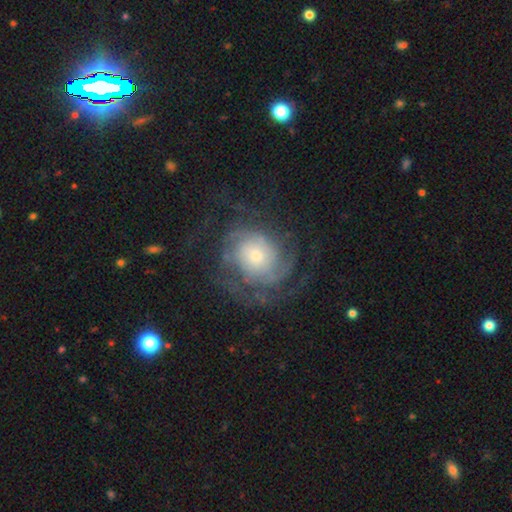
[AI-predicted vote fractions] Overall: featured or disk (82%). Edge-on disk: no (98%). Bar: no (76%). Spiral arms: yes (95%). Spiral arm count: can't tell (30%; 2 25%). Spiral winding: tight (54%; medium 33%). Bulge size: small (45%; moderate 38%). Merging: none (67%).